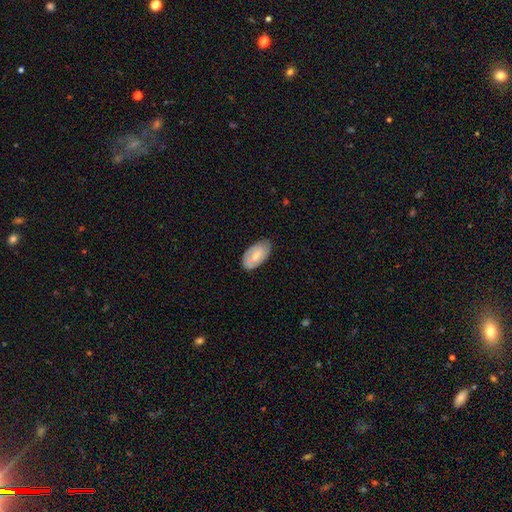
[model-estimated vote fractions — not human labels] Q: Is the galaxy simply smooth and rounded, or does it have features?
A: smooth — 56%.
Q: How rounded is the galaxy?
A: in between — 94%.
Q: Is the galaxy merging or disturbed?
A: none — 73%.